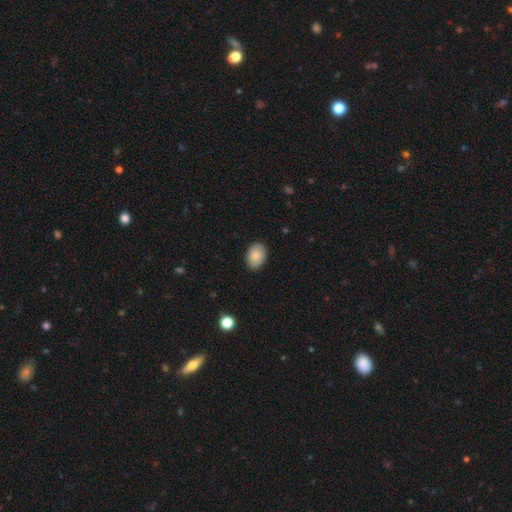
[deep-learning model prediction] smooth_or_featured: smooth (p=0.86) [alt: featured or disk p=0.08]
how_rounded: in between (p=0.82) [alt: round p=0.17]
merging: none (p=0.87) [alt: minor disturbance p=0.10]